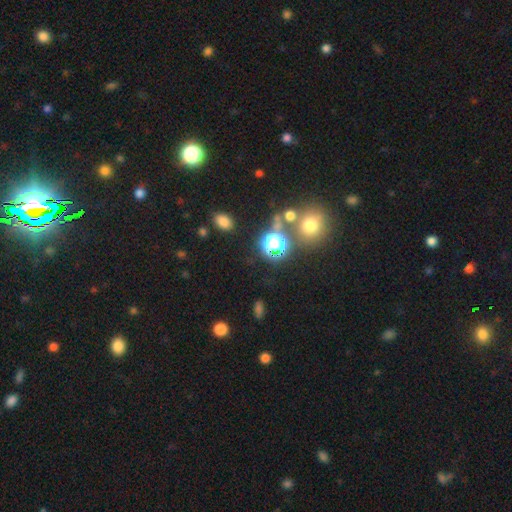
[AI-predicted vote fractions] A star or artifact, not a galaxy (62%).

Vote fractions:
- Smooth or featured? star or artifact: 62% / smooth: 30% / featured or disk: 8%